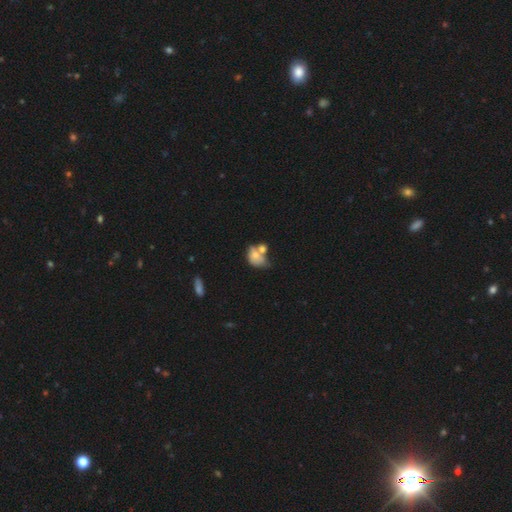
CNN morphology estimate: type=smooth (65%); roundness=in between (67%); merging=merger (53%).